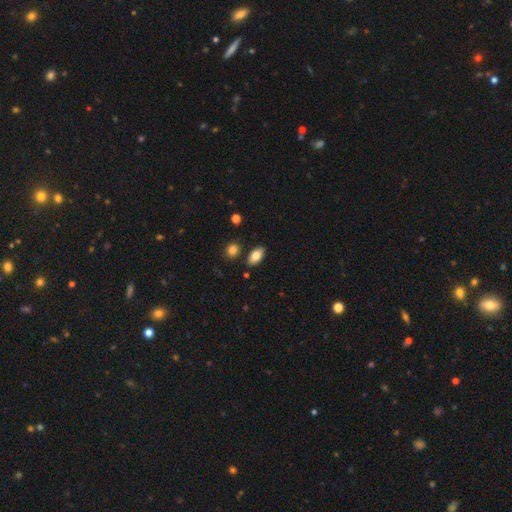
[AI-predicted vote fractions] This is clearly a smooth galaxy (81%). How rounded: clearly in between (92%). Merging: clearly none (85%).